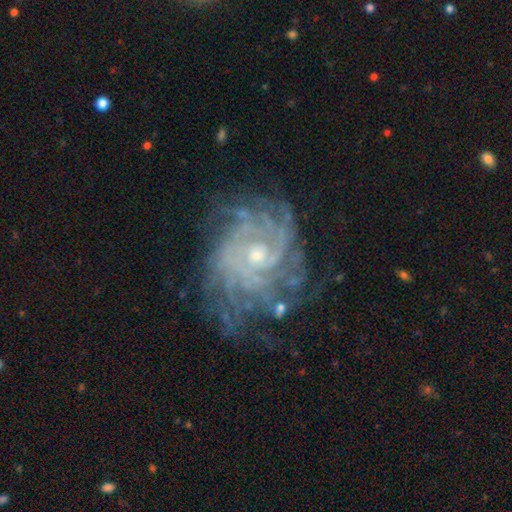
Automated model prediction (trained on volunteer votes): Q: Smooth or featured?
A: featured or disk (88%); runner-up: star or artifact (7%)
Q: Edge-on disk?
A: no (97%); runner-up: yes (3%)
Q: Bar?
A: no (72%); runner-up: weak (23%)
Q: Spiral arms?
A: yes (96%); runner-up: no (4%)
Q: Spiral winding?
A: tight (73%); runner-up: medium (22%)
Q: Spiral arm count?
A: can't tell (32%); runner-up: more than 4 (25%)
Q: Bulge size?
A: small (66%); runner-up: moderate (30%)
Q: Merging?
A: none (69%); runner-up: minor disturbance (18%)